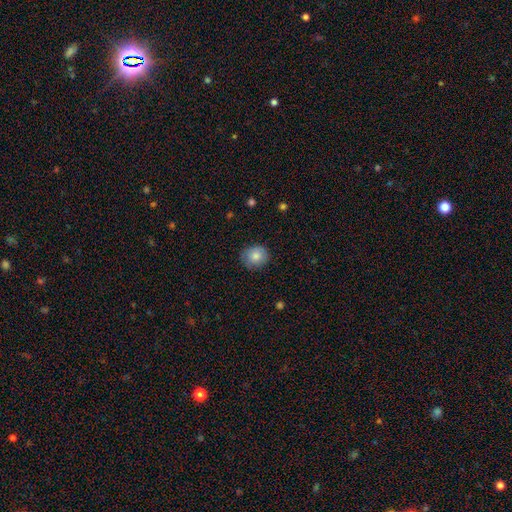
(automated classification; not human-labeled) Smooth or featured? smooth (80%)
How rounded? round (78%)
Merging? none (81%)